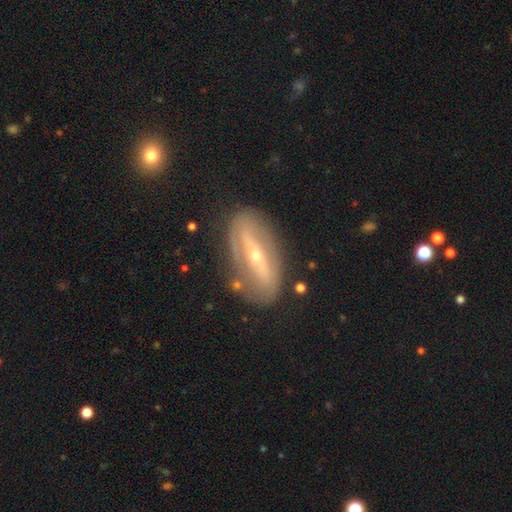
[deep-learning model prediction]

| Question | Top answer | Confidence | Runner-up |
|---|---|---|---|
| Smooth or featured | featured or disk | 78% | smooth (16%) |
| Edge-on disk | no | 79% | yes (21%) |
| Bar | strong | 63% | weak (19%) |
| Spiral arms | yes | 60% | no (40%) |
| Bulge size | small | 69% | moderate (28%) |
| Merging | none | 78% | minor disturbance (15%) |